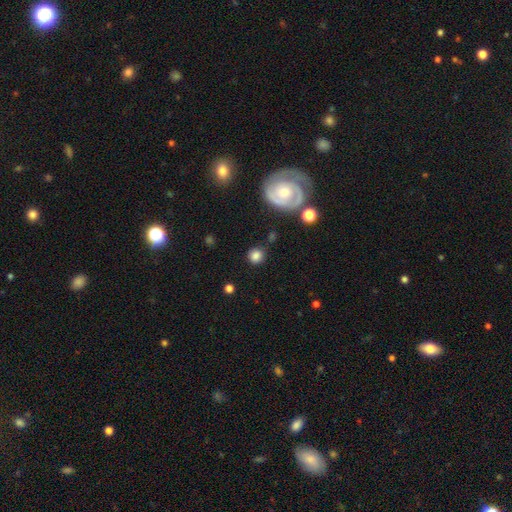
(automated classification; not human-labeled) Morphology: type=smooth (79%); roundness=round (87%); merging=none (79%).